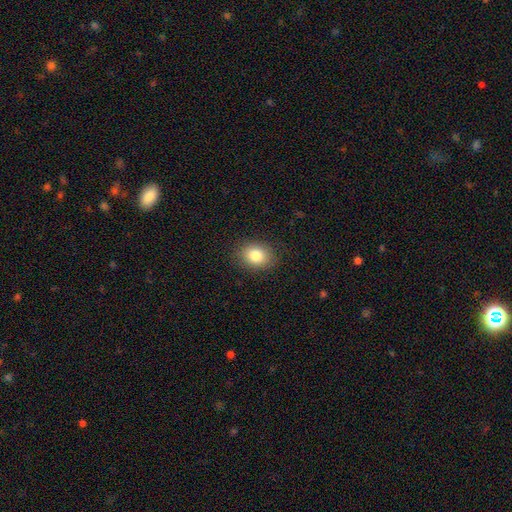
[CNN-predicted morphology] smooth 83%, star or artifact 9%, featured or disk 8%. Down the decision tree: how rounded — in between (56%); merging — none (88%).